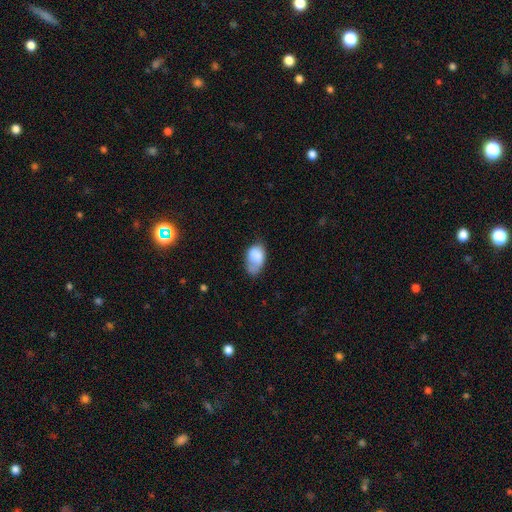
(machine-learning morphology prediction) This appears to be a smooth galaxy with no disk features (78%) that is in between round and cigar-shaped (89%). Merging: none (38%).